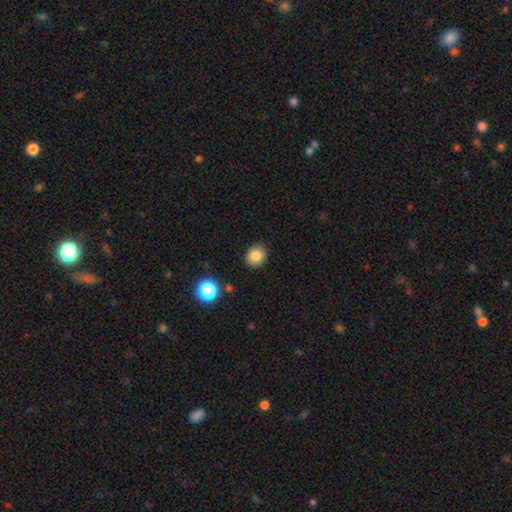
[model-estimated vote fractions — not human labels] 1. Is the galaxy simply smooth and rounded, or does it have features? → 83% smooth, 11% star or artifact, 7% featured or disk.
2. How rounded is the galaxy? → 61% round, 38% in between, 1% cigar-shaped.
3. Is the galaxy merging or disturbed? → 87% none, 10% minor disturbance, 2% major disturbance, 1% merger.